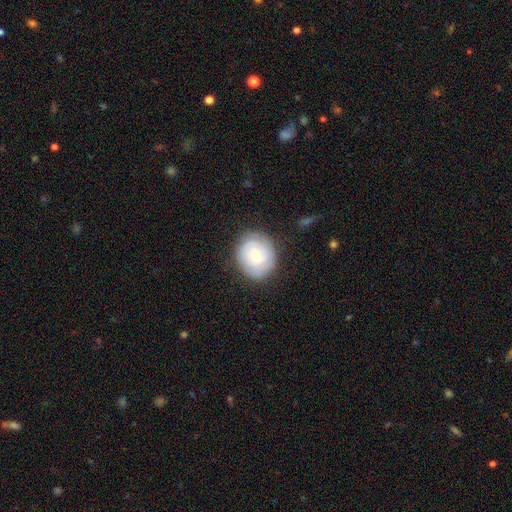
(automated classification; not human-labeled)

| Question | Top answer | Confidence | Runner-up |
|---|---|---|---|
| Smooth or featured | smooth | 56% | featured or disk (37%) |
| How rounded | round | 68% | in between (31%) |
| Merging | none | 78% | minor disturbance (16%) |